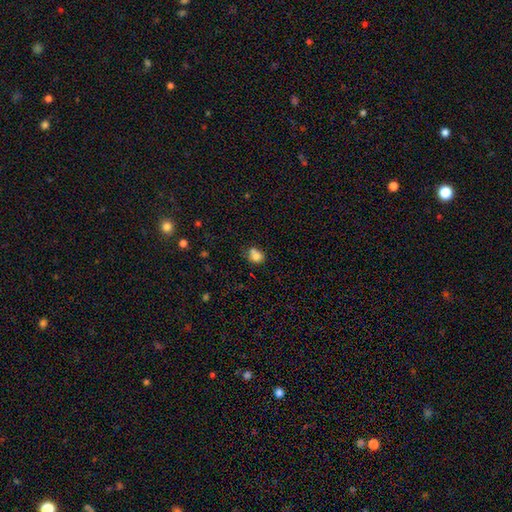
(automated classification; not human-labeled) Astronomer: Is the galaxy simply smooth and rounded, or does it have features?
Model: smooth — 78%.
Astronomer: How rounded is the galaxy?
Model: round — 61% (runner-up: in between, 38%).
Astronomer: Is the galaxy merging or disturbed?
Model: none — 43% (runner-up: merger, 32%).